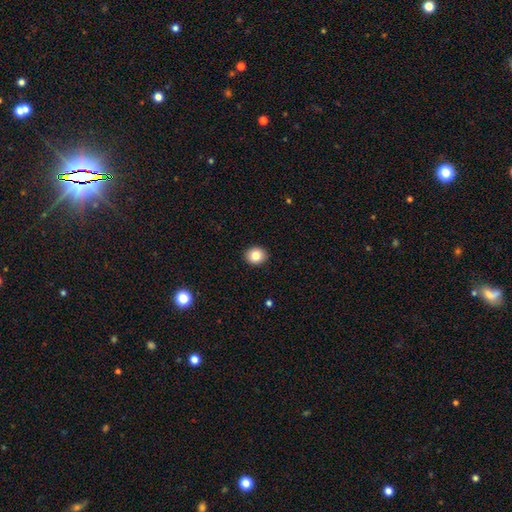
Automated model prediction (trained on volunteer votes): Smooth or featured? smooth (83%)
How rounded? round (70%)
Merging? none (91%)